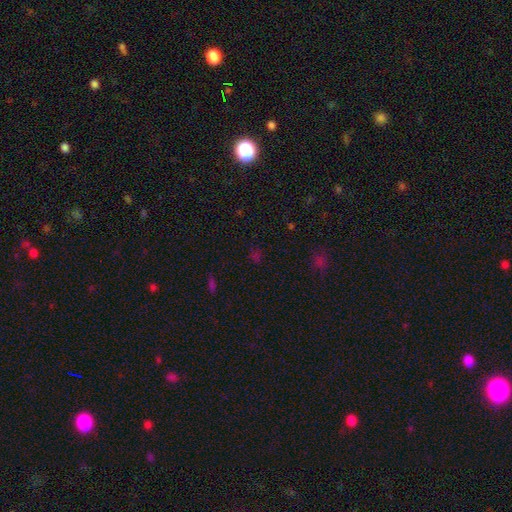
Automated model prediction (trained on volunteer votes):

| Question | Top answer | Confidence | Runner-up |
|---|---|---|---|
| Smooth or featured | star or artifact | 54% | smooth (39%) |